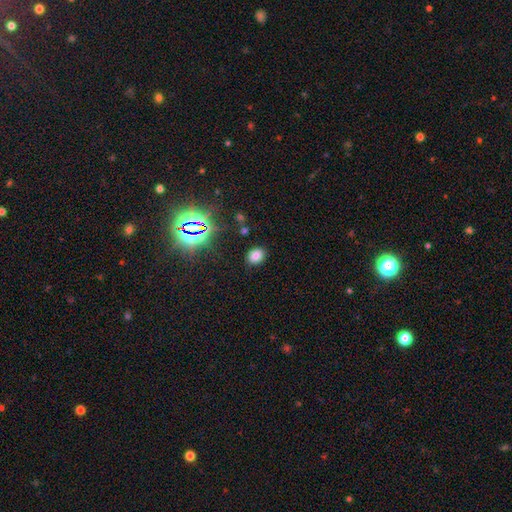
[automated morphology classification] A smooth galaxy with no disk features (74%) that is in between round and cigar-shaped (52%). Merging: none (86%).